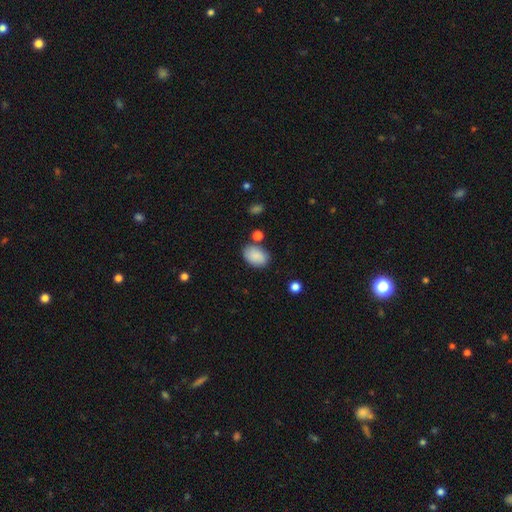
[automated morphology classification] A smooth galaxy with no disk features (88%) that is in between round and cigar-shaped (86%).

Vote fractions:
- Smooth or featured? smooth: 88% / star or artifact: 7% / featured or disk: 5%
- How rounded? in between: 86% / round: 13% / cigar-shaped: 1%
- Merging? none: 75% / minor disturbance: 15% / merger: 6% / major disturbance: 4%